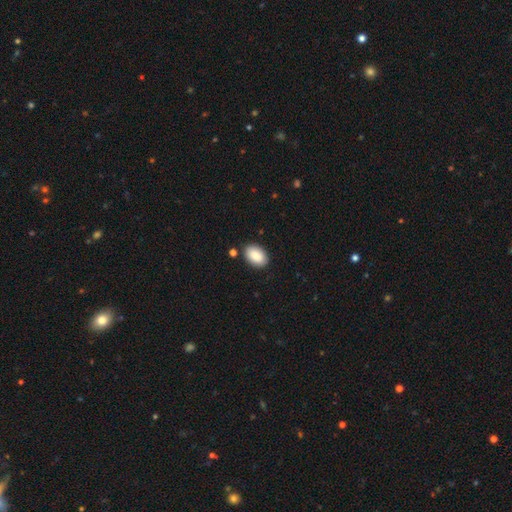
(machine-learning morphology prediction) Smooth or featured? smooth (89%)
How rounded? in between (90%)
Merging? none (86%)